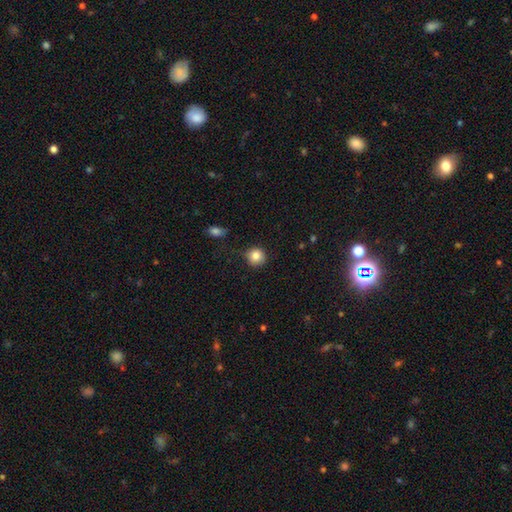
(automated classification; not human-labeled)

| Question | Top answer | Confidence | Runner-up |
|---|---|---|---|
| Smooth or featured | smooth | 84% | star or artifact (10%) |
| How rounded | round | 91% | in between (8%) |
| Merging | none | 81% | minor disturbance (14%) |